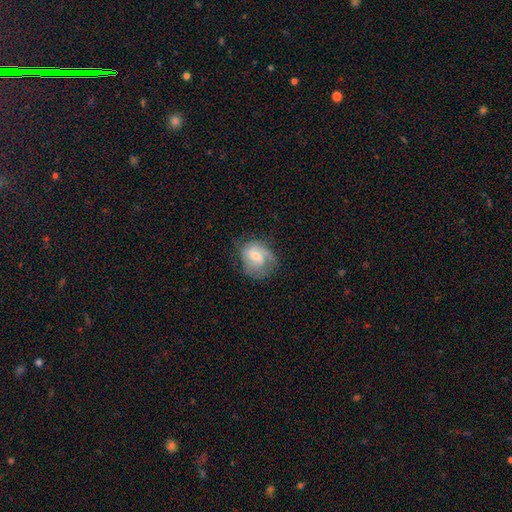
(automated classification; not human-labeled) Smooth or featured?
  - featured or disk: 60% *
  - smooth: 33%
  - star or artifact: 7%
Edge-on disk?
  - no: 97% *
  - yes: 3%
Bar?
  - weak: 51% *
  - no: 37%
  - strong: 12%
Spiral arms?
  - yes: 84% *
  - no: 16%
Bulge size?
  - moderate: 49% *
  - small: 39%
  - large: 6%
  - none: 6%
  - dominant: 1%
Merging?
  - none: 56% *
  - minor disturbance: 26%
  - major disturbance: 17%
  - merger: 2%